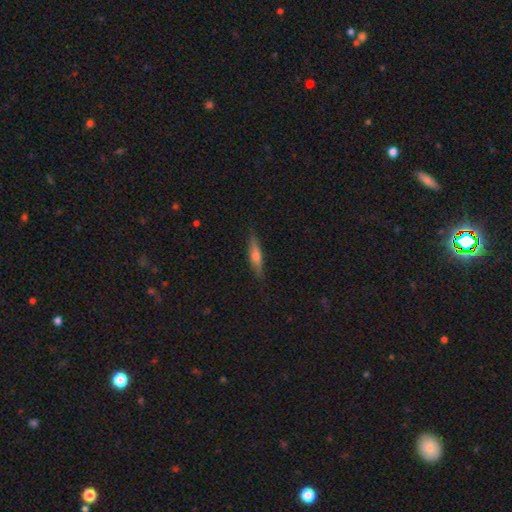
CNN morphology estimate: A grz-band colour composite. It shows a featured or disk galaxy (51%) viewed edge-on (95%). Merging: none (87%).